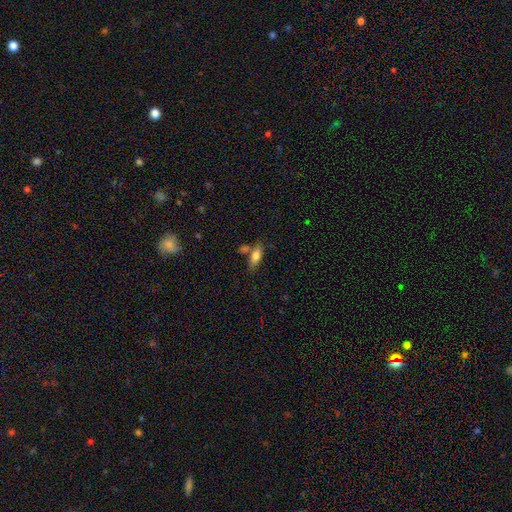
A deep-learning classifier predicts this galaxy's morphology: smooth-or-featured: smooth: 76% | featured or disk: 16% | star or artifact: 8%
  how-rounded: in between: 71% | cigar-shaped: 26% | round: 3%
  merging: none: 59% | merger: 21% | minor disturbance: 15% | major disturbance: 5%